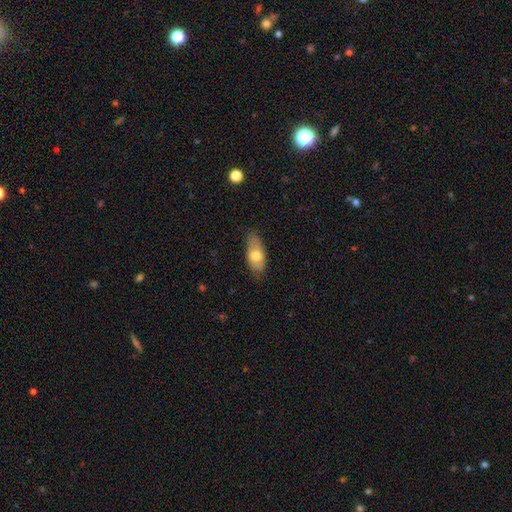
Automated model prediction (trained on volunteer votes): A smooth galaxy with no disk features (70%) that is in between round and cigar-shaped (86%).

Vote fractions:
- Smooth or featured? smooth: 70% / featured or disk: 23% / star or artifact: 7%
- How rounded? in between: 86% / cigar-shaped: 10% / round: 4%
- Merging? none: 72% / minor disturbance: 22% / major disturbance: 5% / merger: 1%